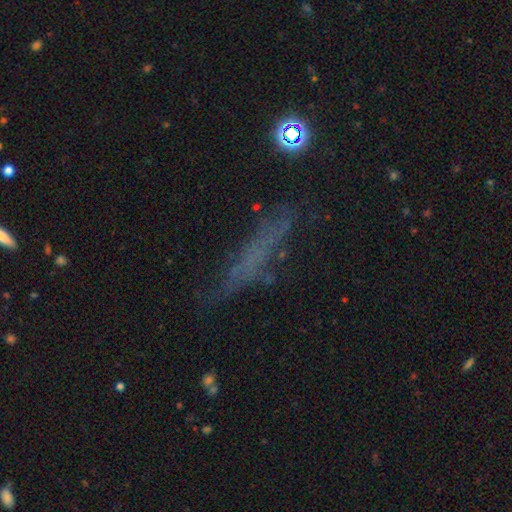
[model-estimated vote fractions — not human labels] Morphology: type=smooth (41%); merging=none (61%).